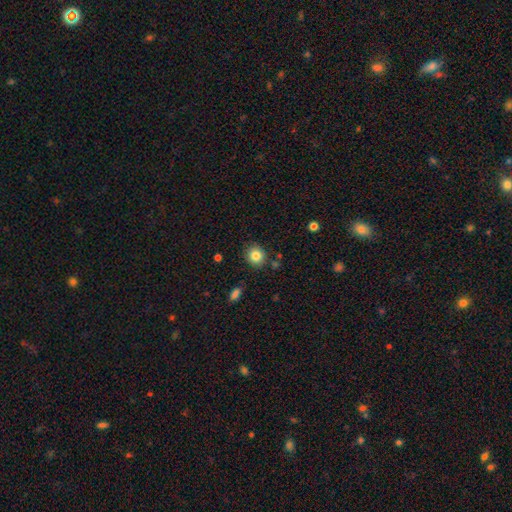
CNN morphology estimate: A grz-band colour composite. It shows a smooth galaxy with no disk features (84%) that is round (84%). Merging: none (85%).